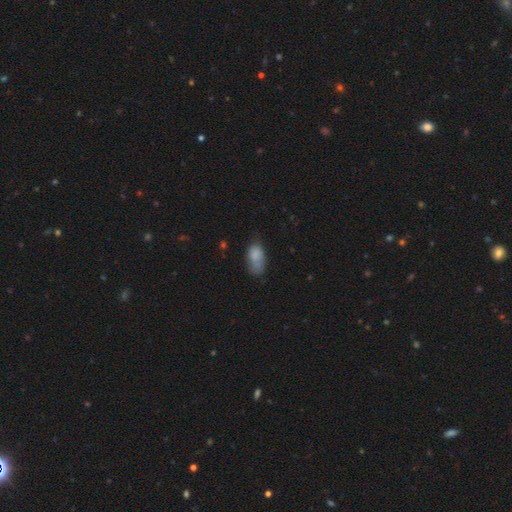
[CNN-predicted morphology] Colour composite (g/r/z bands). It shows a smooth galaxy with no disk features (80%) that is in between round and cigar-shaped (92%). Merging: none (45%).